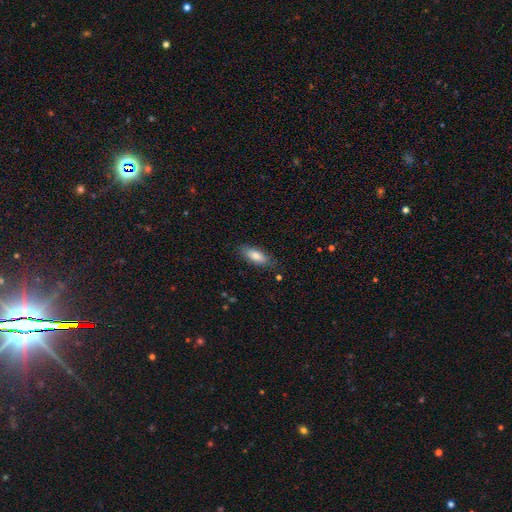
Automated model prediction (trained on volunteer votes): Overall: smooth (79%). How rounded: in between (70%). Merging: none (80%).